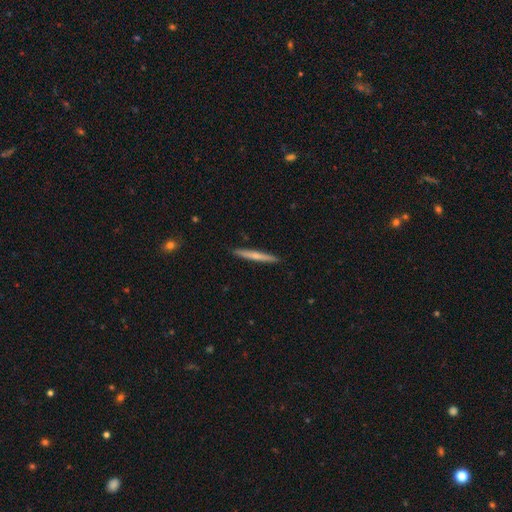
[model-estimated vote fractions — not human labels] This appears to be a smooth galaxy with no disk features (54%) that is cigar-shaped (96%). Merging: none (92%).